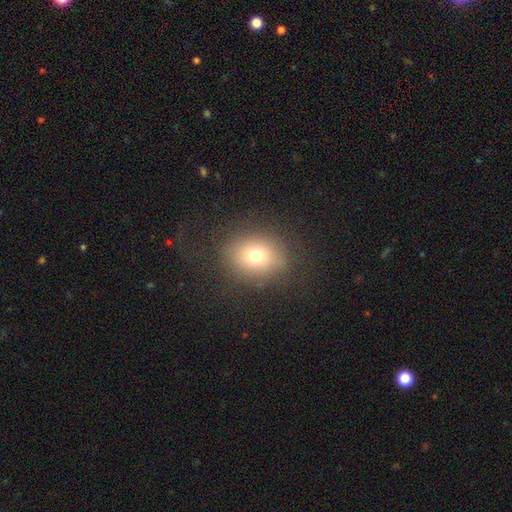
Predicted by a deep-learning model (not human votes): Smooth or featured? smooth (72%)
How rounded? round (62%)
Merging? none (80%)